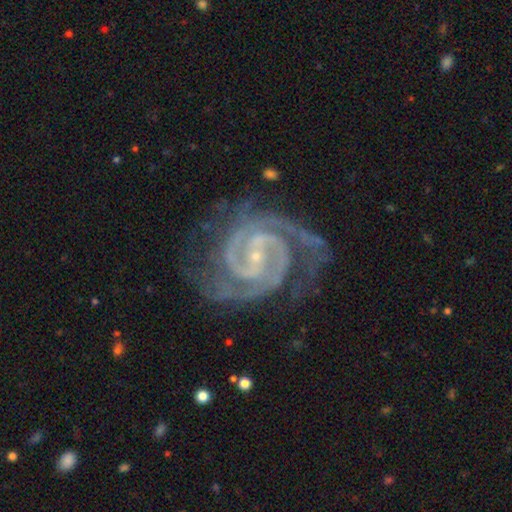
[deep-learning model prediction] The model was most divided on "bar": weak: 40%, no: 32%, strong: 28%. More confident: spiral arms — yes (99%); edge-on disk — no (98%); smooth or featured — featured or disk (94%); bulge size — small (85%); spiral arm count — 2 (70%); merging — none (70%); spiral winding — tight (66%).